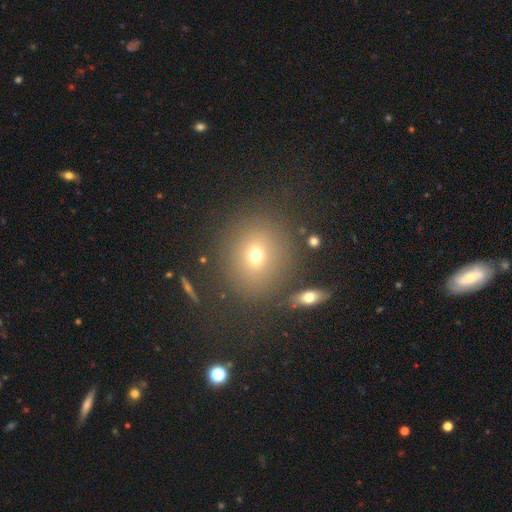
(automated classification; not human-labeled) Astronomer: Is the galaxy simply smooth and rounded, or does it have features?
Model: smooth — 66%.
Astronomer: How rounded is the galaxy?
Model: round — 75%.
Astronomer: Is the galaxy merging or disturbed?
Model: none — 80%.